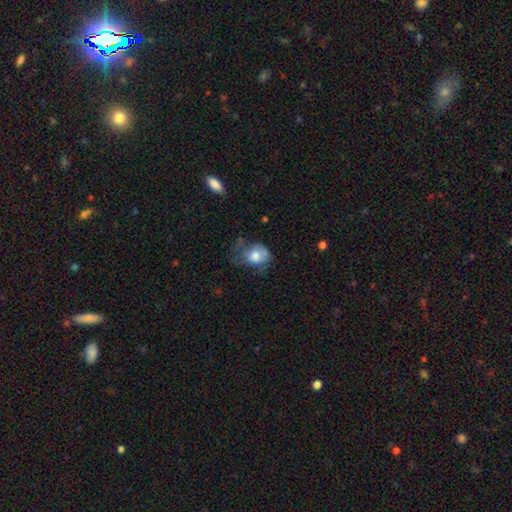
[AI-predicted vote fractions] Overall: smooth (70%). How rounded: in between (55%; round 44%). Merging: major disturbance (37%; minor disturbance 32%).